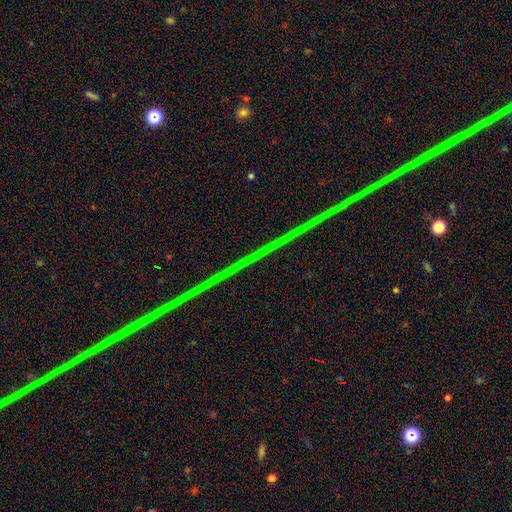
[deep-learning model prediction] smooth_or_featured: star or artifact (p=0.88) [alt: featured or disk p=0.07]